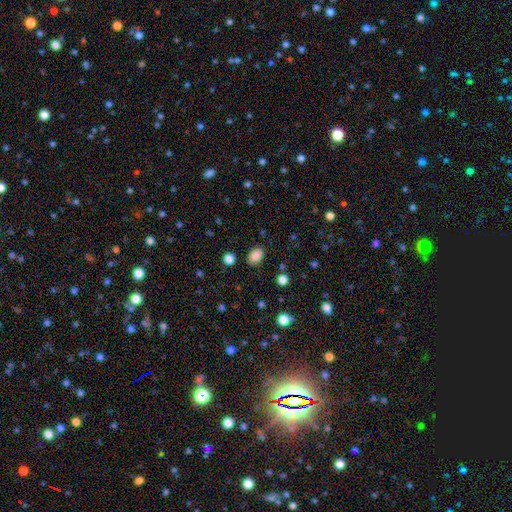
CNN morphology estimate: smooth_or_featured: smooth (p=0.87) [alt: star or artifact p=0.10]
how_rounded: in between (p=0.82) [alt: round p=0.17]
merging: none (p=0.85) [alt: minor disturbance p=0.11]